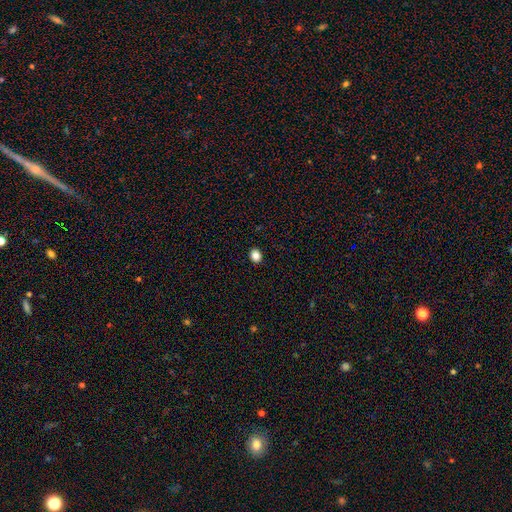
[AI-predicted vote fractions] Smooth or featured?
  - smooth: 86% *
  - star or artifact: 11%
  - featured or disk: 4%
How rounded?
  - round: 56% *
  - in between: 43%
  - cigar-shaped: 1%
Merging?
  - none: 92% *
  - minor disturbance: 6%
  - major disturbance: 2%
  - merger: 1%